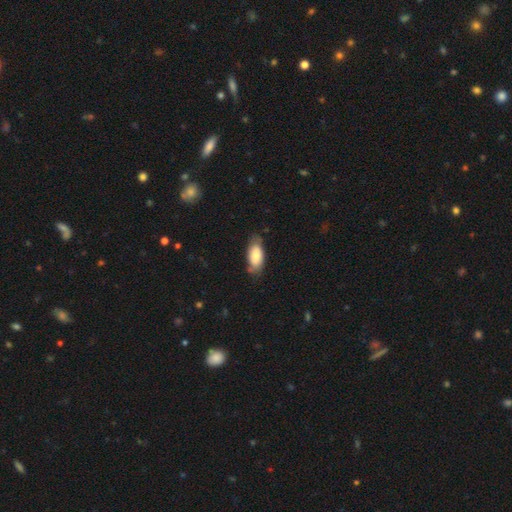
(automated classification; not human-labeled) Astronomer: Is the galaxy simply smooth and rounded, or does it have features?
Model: smooth — 75%.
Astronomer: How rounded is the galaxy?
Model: in between — 90%.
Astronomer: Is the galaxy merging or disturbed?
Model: none — 67%.